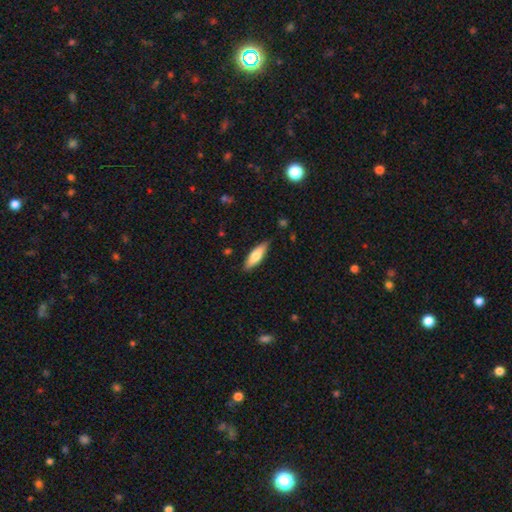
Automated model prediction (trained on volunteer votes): A smooth galaxy with no disk features (74%) that is in between round and cigar-shaped (50%). Merging: none (85%).